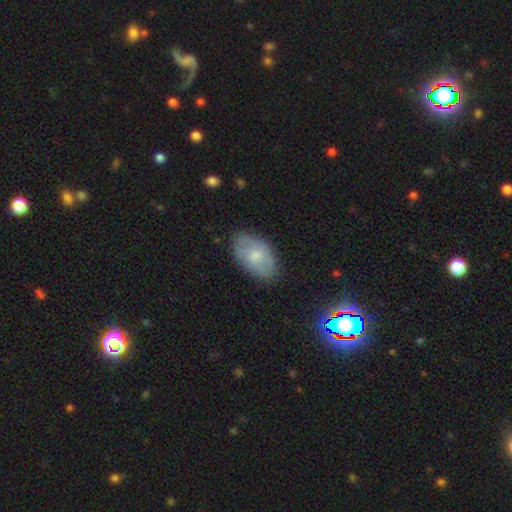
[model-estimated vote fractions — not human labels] Smooth or featured: smooth — 56% (featured or disk — 36%)
How rounded: in between — 92% (round — 6%)
Merging: none — 75% (minor disturbance — 19%)